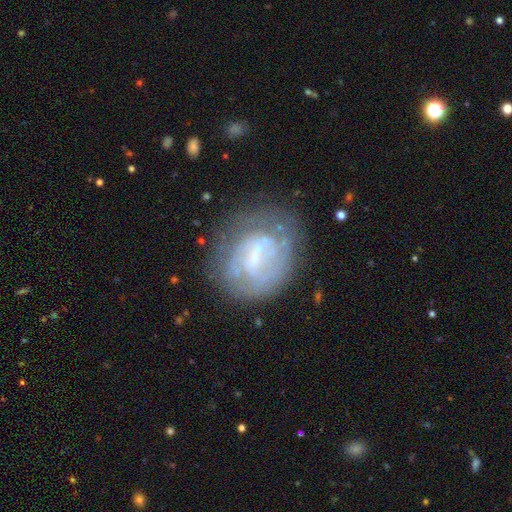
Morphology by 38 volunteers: A smooth galaxy with no disk features (45%, tied with featured or disk) that is round (53%). Merging: none (74%).